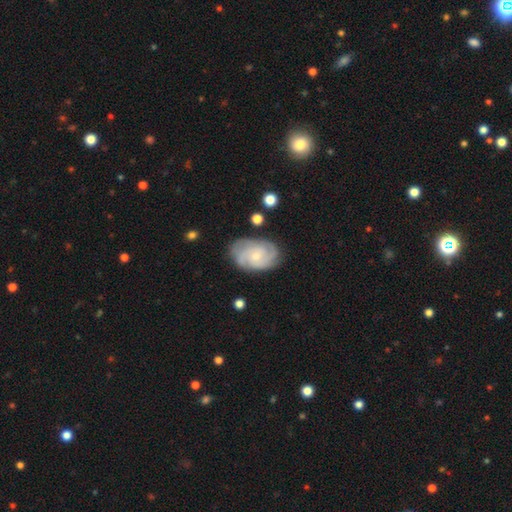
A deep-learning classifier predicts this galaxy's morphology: This appears to be a featured or disk galaxy (78%) with no bar (72%), 3 (36%) tight (59%) spiral arms (95%) and a small central bulge (71%). Merging: none (77%).